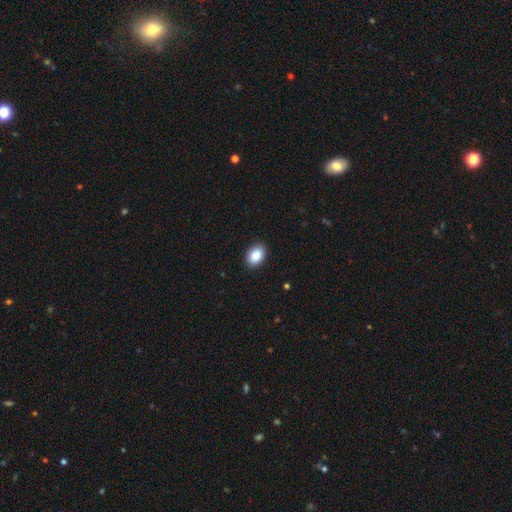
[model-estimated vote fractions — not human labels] Smooth or featured: smooth — 86% (star or artifact — 8%)
How rounded: in between — 82% (round — 17%)
Merging: none — 91% (minor disturbance — 7%)